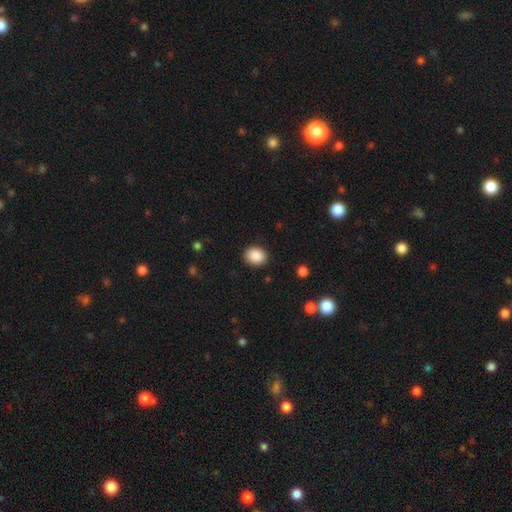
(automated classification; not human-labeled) This appears to be a smooth galaxy with no disk features (88%) that is round (53%). Merging: none (89%).